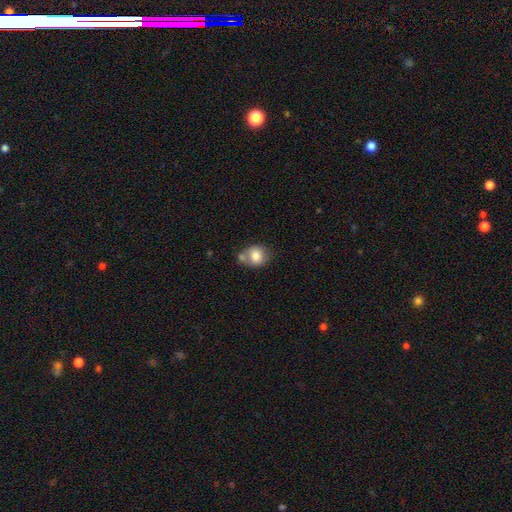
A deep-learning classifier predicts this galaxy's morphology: The model was most divided on "merging": none: 49%, merger: 29%, minor disturbance: 17%, major disturbance: 5%. More confident: smooth or featured — smooth (78%); how rounded — round (66%).